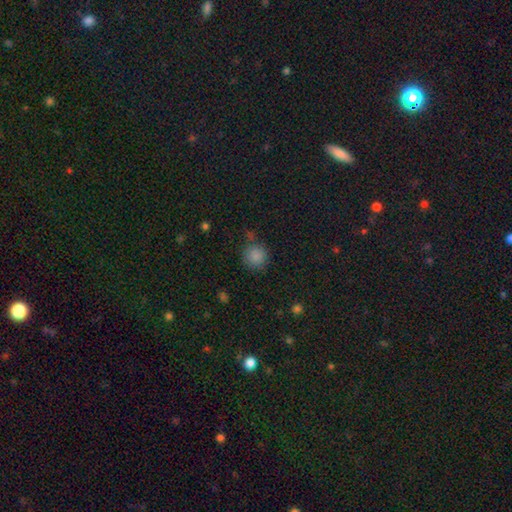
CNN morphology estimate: A smooth galaxy with no disk features (85%) that is round (92%). Merging: none (78%).